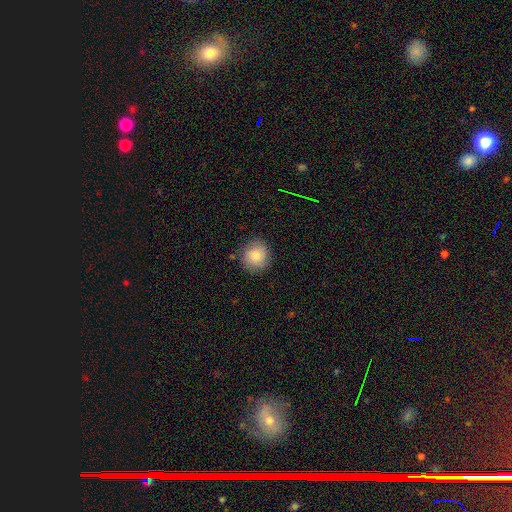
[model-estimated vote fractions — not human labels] Smooth or featured: smooth — 83% (featured or disk — 9%)
How rounded: round — 89% (in between — 10%)
Merging: none — 87% (minor disturbance — 9%)